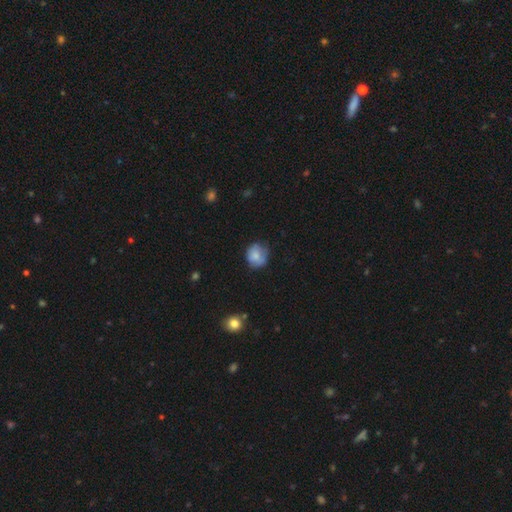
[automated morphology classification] Q: Smooth or featured?
A: smooth (75%); runner-up: featured or disk (17%)
Q: How rounded?
A: round (77%); runner-up: in between (22%)
Q: Merging?
A: none (60%); runner-up: minor disturbance (29%)